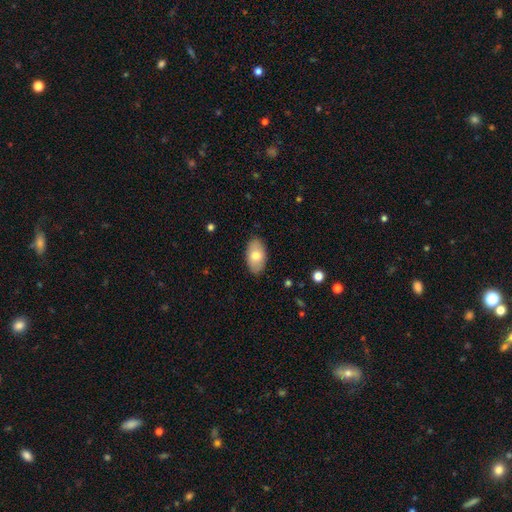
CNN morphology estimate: Overall: smooth (78%). How rounded: in between (94%). Merging: none (87%).